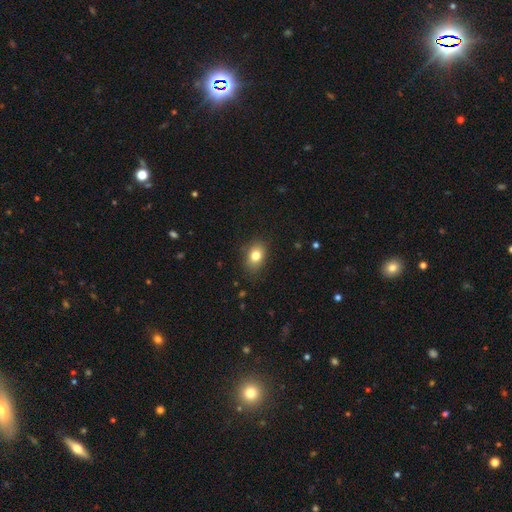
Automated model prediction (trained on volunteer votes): The model was most divided on "how rounded": in between: 70%, round: 29%, cigar-shaped: 1%. More confident: merging — none (82%); smooth or featured — smooth (80%).